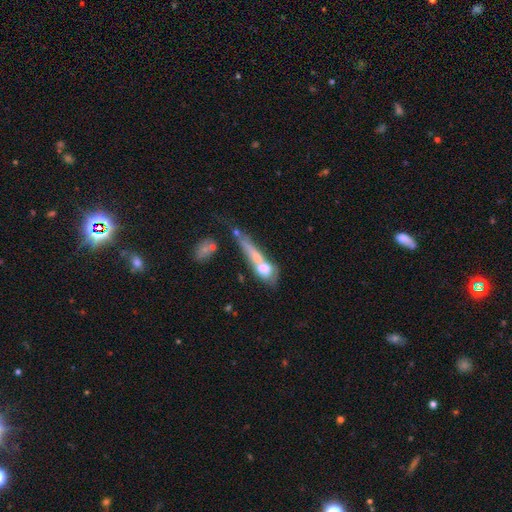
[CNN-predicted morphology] A smooth galaxy with no disk features (46%). Merging: merger (45%).